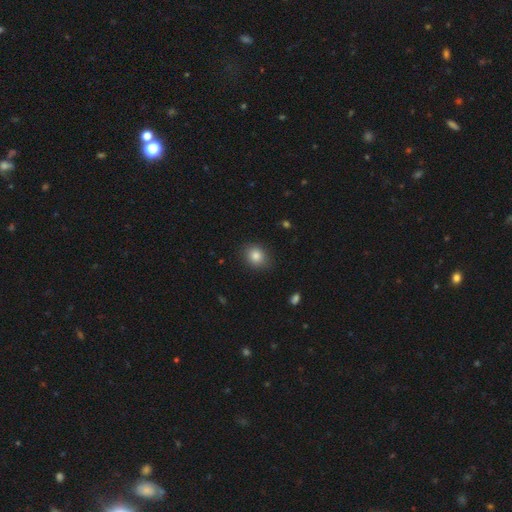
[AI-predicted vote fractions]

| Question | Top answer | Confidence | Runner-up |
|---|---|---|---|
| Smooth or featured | smooth | 84% | star or artifact (10%) |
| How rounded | round | 54% | in between (45%) |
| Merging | none | 85% | minor disturbance (11%) |